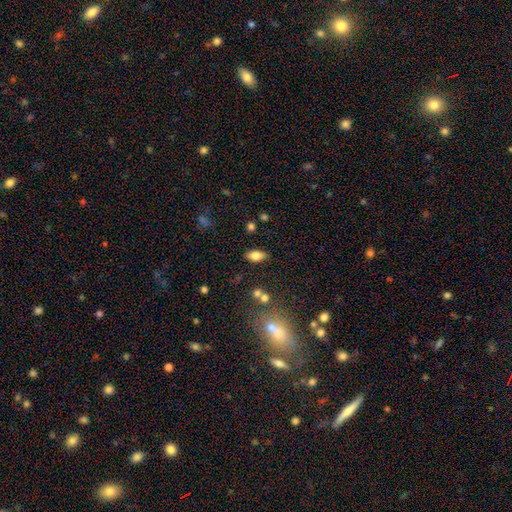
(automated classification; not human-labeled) This appears to be a smooth galaxy with no disk features (76%) that is in between round and cigar-shaped (89%). Merging: none (82%).